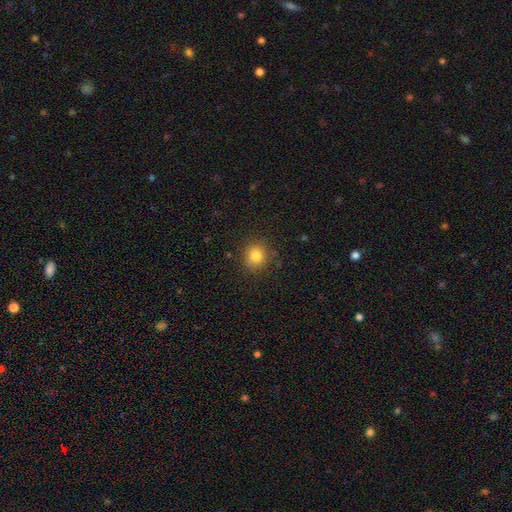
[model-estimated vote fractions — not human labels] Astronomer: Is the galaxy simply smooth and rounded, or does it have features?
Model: smooth — 82%.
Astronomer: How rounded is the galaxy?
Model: round — 81%.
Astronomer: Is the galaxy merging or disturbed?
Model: none — 85%.